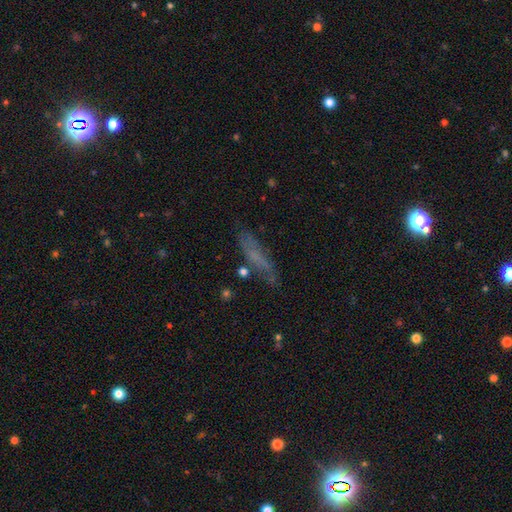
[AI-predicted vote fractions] A smooth galaxy with no disk features (53%) that is cigar-shaped (75%). Merging: none (63%).